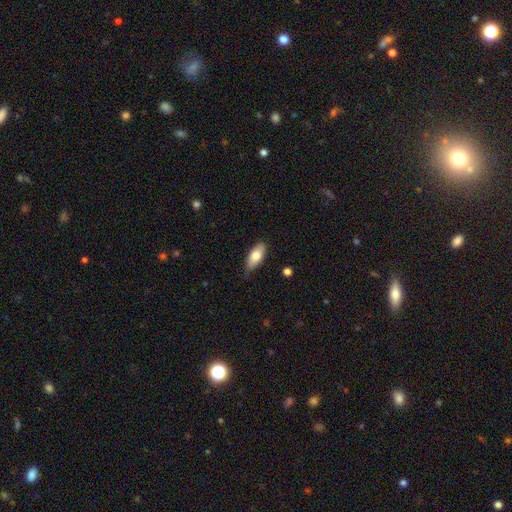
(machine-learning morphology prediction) Smooth or featured? smooth (77%)
How rounded? in between (85%)
Merging? none (72%)